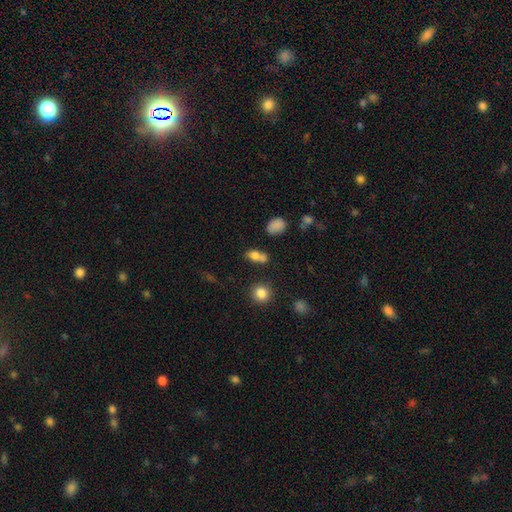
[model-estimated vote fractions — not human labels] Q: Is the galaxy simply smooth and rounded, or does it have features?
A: smooth — 76%.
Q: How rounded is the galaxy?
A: in between — 69%.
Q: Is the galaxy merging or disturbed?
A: none — 43%.